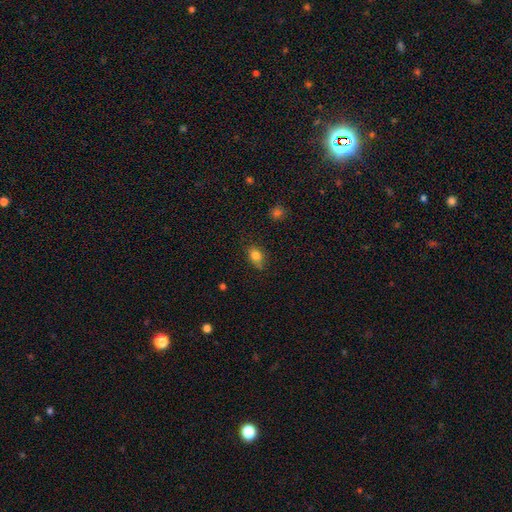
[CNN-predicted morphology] This is clearly a smooth galaxy (81%). How rounded: likely in between (71%). Merging: likely none (70%).